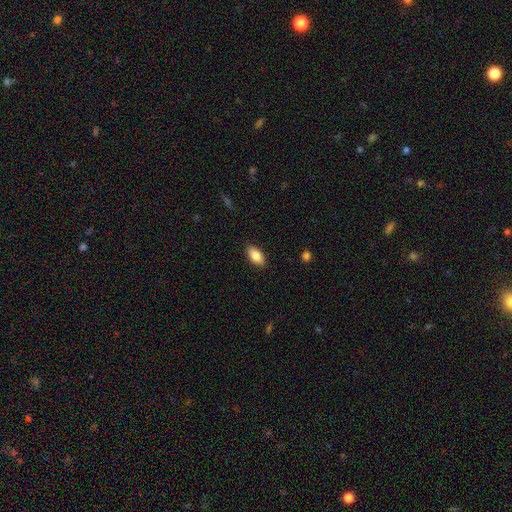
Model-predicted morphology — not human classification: Smooth or featured?
  - smooth: 85% *
  - featured or disk: 9%
  - star or artifact: 7%
How rounded?
  - in between: 91% *
  - cigar-shaped: 6%
  - round: 3%
Merging?
  - none: 89% *
  - minor disturbance: 8%
  - major disturbance: 2%
  - merger: 1%